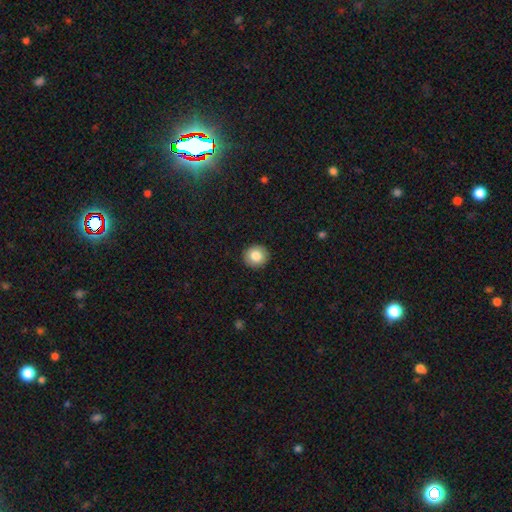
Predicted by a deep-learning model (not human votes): smooth 83%, featured or disk 9%, star or artifact 8%. Down the decision tree: how rounded — round (89%); merging — none (92%).